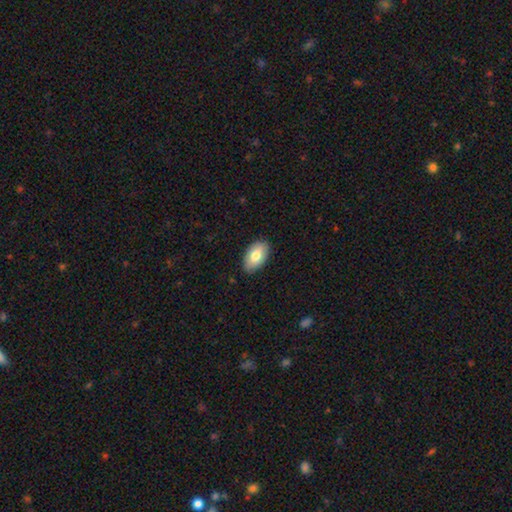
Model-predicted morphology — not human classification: Smooth or featured? smooth (77%)
How rounded? in between (94%)
Merging? none (86%)